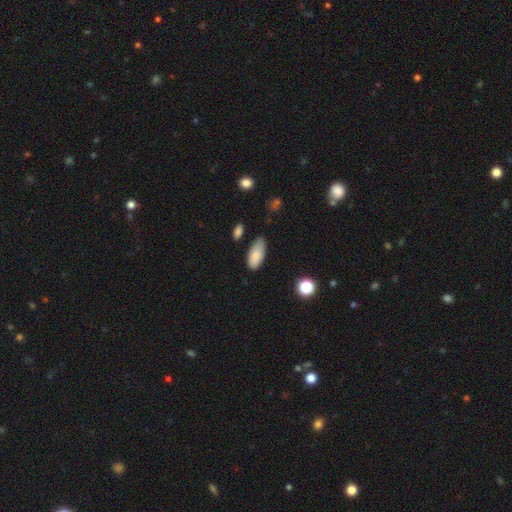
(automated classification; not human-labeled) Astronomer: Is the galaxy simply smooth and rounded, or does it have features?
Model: smooth — 85%.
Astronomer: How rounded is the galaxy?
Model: in between — 90%.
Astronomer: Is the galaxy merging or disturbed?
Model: none — 68%.